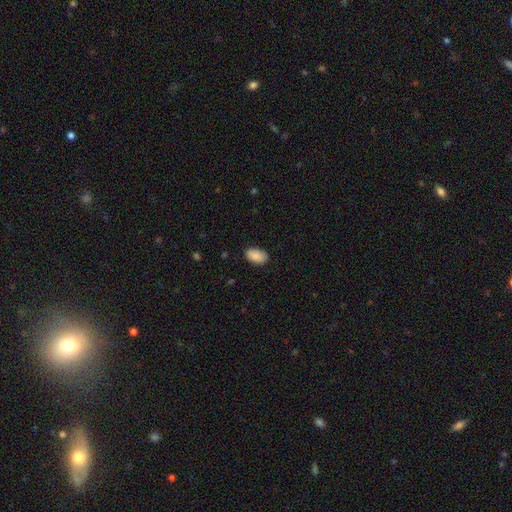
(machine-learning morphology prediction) This appears to be a smooth galaxy with no disk features (89%) that is in between round and cigar-shaped (94%). Merging: none (86%).